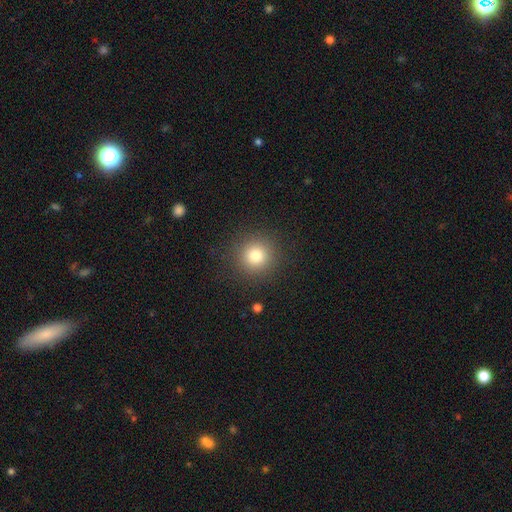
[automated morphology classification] A smooth galaxy with no disk features (79%) that is round (94%). Merging: none (90%).